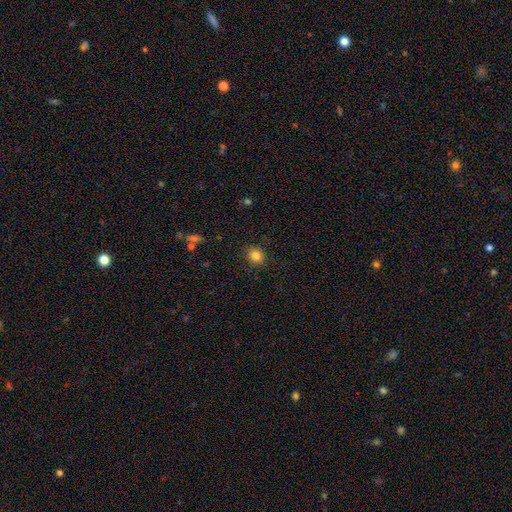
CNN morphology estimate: A smooth galaxy with no disk features (83%) that is round (77%).

Vote fractions:
- Smooth or featured? smooth: 83% / star or artifact: 11% / featured or disk: 5%
- How rounded? round: 77% / in between: 22% / cigar-shaped: 1%
- Merging? none: 89% / minor disturbance: 7% / major disturbance: 2% / merger: 1%